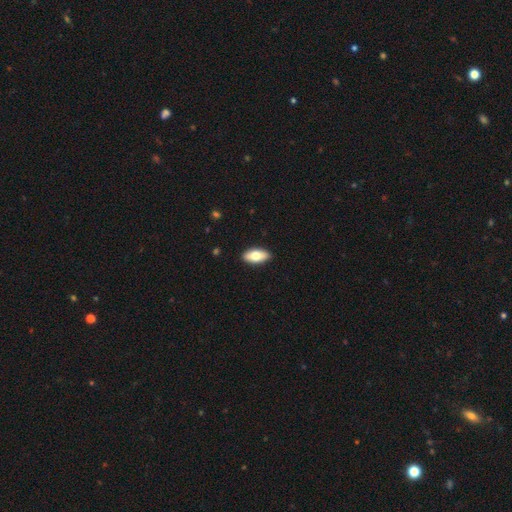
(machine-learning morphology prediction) The model was most divided on "smooth or featured": smooth: 74%, featured or disk: 20%, star or artifact: 6%. More confident: how rounded — in between (90%); merging — none (90%).